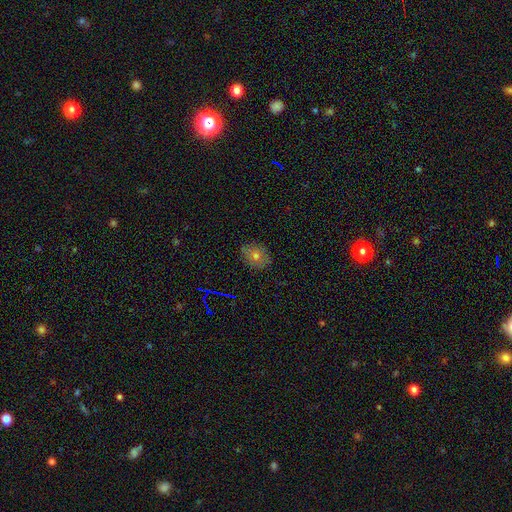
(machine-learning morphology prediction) smooth 65%, featured or disk 18%, star or artifact 17%. Down the decision tree: how rounded — round (52%); merging — none (80%).